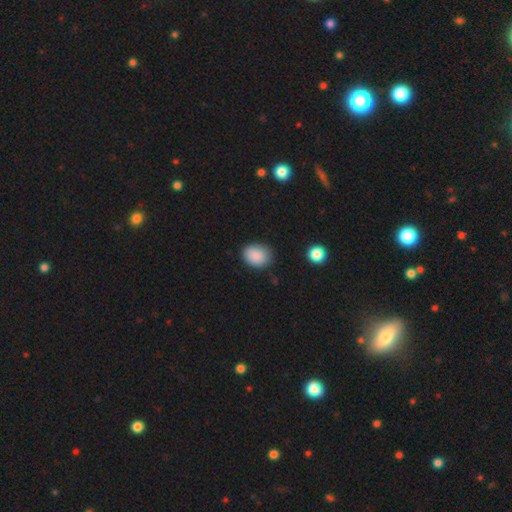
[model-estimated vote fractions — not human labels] Smooth or featured? Predicted: smooth (p=0.87). How rounded? Predicted: in between (p=0.60). Merging? Predicted: none (p=0.77).